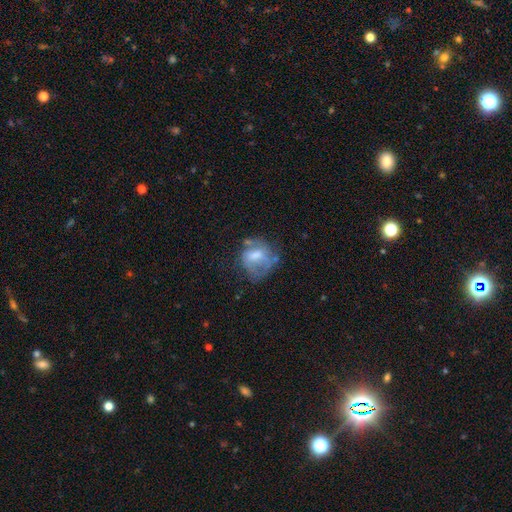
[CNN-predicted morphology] type=smooth (46%); merging=none (36%).